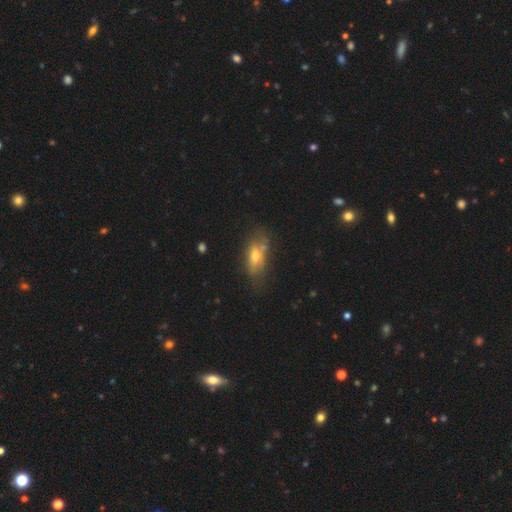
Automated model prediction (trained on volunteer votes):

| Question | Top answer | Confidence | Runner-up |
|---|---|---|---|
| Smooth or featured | smooth | 52% | featured or disk (38%) |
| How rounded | in between | 77% | cigar-shaped (18%) |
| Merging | none | 57% | minor disturbance (24%) |